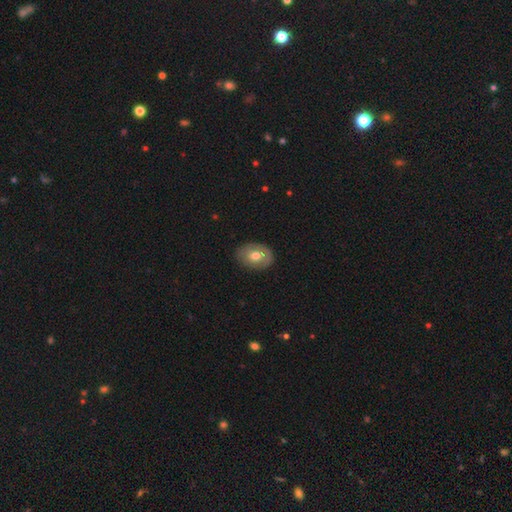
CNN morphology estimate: The model was most divided on "smooth or featured": smooth: 63%, featured or disk: 30%, star or artifact: 7%. More confident: merging — none (79%); how rounded — in between (75%).